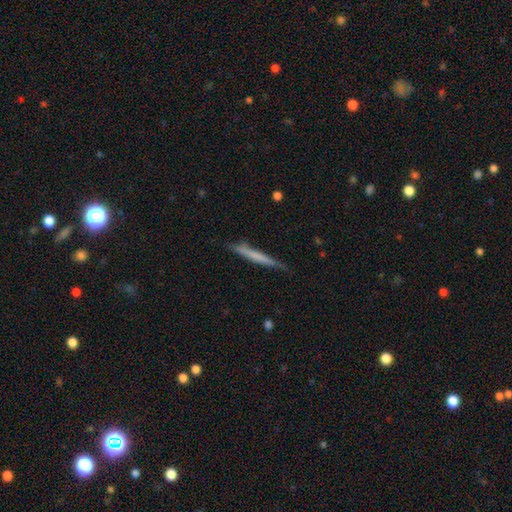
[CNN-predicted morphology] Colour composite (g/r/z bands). It shows a smooth galaxy with no disk features (56%) that is cigar-shaped (96%). Merging: none (78%).